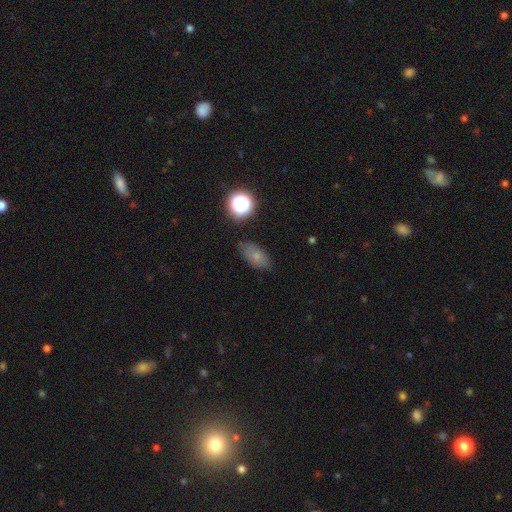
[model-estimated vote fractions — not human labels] Smooth or featured?
  - smooth: 70% *
  - featured or disk: 16%
  - star or artifact: 13%
How rounded?
  - in between: 86% *
  - round: 10%
  - cigar-shaped: 3%
Merging?
  - none: 73% *
  - minor disturbance: 20%
  - major disturbance: 5%
  - merger: 2%